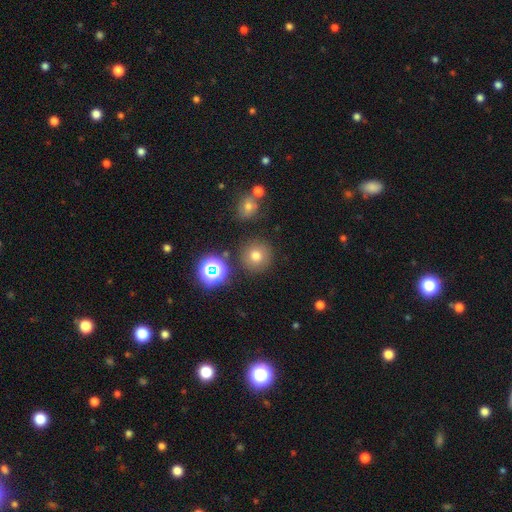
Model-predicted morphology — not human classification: smooth 71%, star or artifact 19%, featured or disk 9%. Down the decision tree: how rounded — round (94%); merging — none (85%).